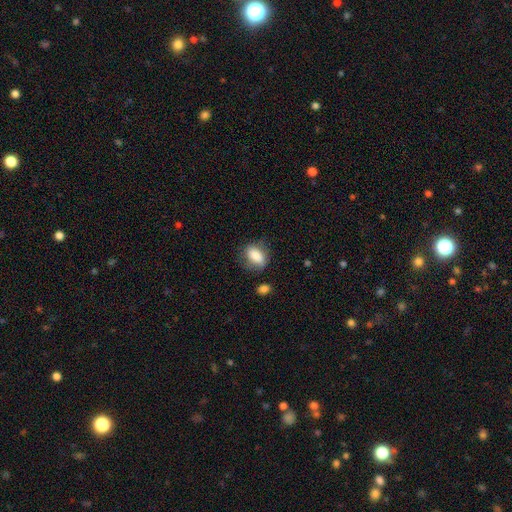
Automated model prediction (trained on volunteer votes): Q: Smooth or featured?
A: smooth (81%); runner-up: featured or disk (11%)
Q: How rounded?
A: in between (78%); runner-up: round (19%)
Q: Merging?
A: none (64%); runner-up: minor disturbance (24%)